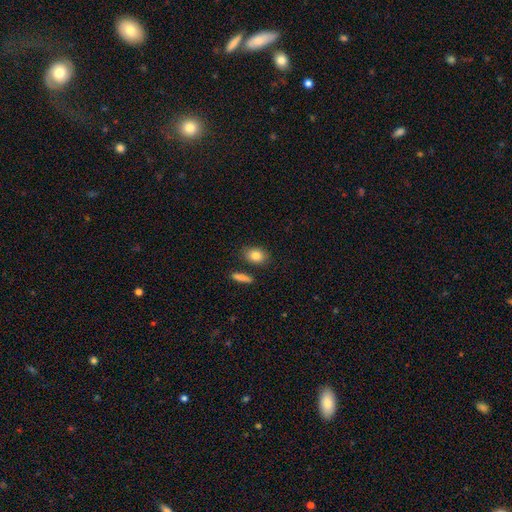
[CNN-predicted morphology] This is clearly a smooth galaxy (83%). How rounded: likely in between (71%). Merging: clearly none (82%).